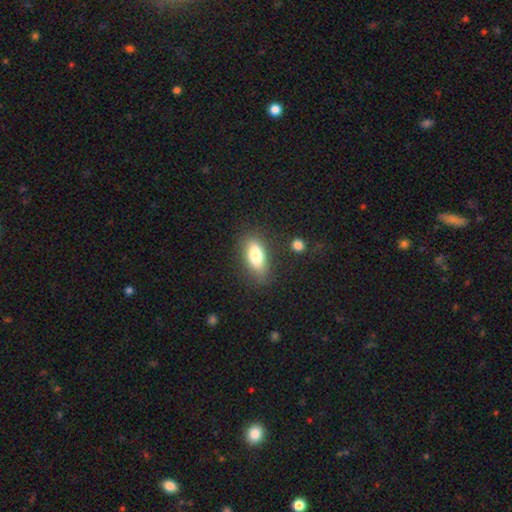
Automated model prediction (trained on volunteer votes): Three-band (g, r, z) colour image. It shows a smooth galaxy with no disk features (79%) that is in between round and cigar-shaped (79%). Merging: none (79%).